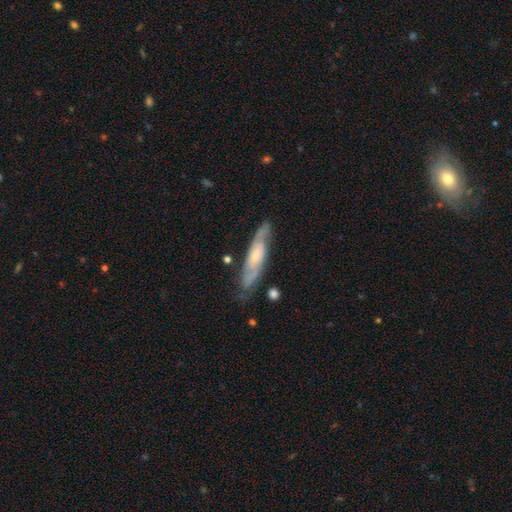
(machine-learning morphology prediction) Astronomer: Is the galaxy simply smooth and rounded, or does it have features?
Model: featured or disk — 73%.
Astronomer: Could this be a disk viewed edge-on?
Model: no — 69%.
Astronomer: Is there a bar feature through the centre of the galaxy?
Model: no — 64%.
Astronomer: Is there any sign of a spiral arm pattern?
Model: yes — 89%.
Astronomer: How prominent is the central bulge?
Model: small — 57% (runner-up: moderate, 33%).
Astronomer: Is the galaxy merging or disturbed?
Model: none — 75%.